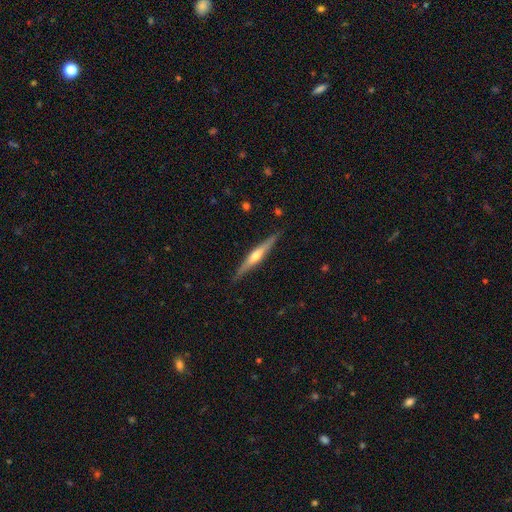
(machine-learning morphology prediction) Overall: featured or disk (64%; smooth 31%). Edge-on disk: yes (97%). Edge-on bulge: rounded (77%). Merging: none (87%).